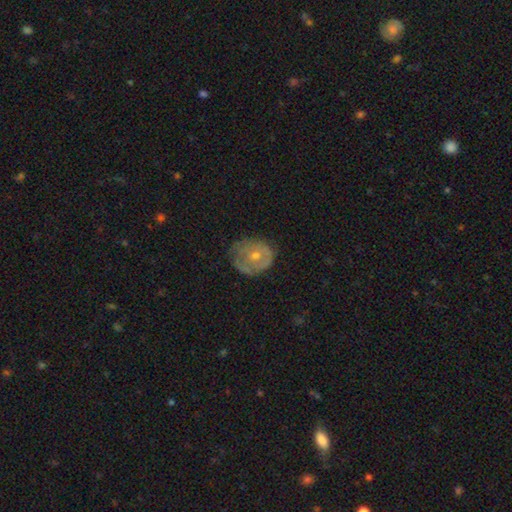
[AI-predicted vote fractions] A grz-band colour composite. It shows a featured or disk galaxy (53%) with no bar (89%), no spiral arms (57%) and a small central bulge (49%). Merging: none (62%).